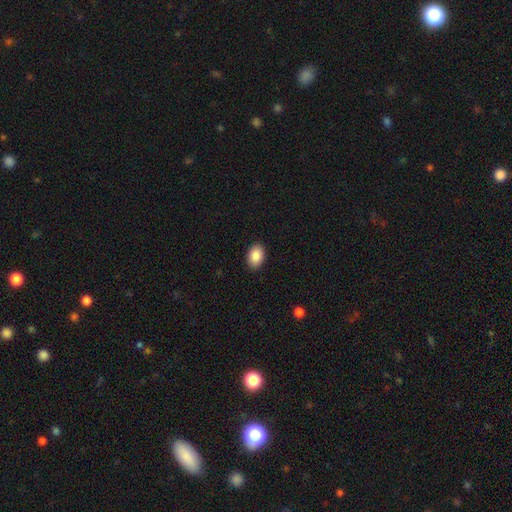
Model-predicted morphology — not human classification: This appears to be a smooth galaxy with no disk features (87%) that is in between round and cigar-shaped (85%). Merging: none (90%).